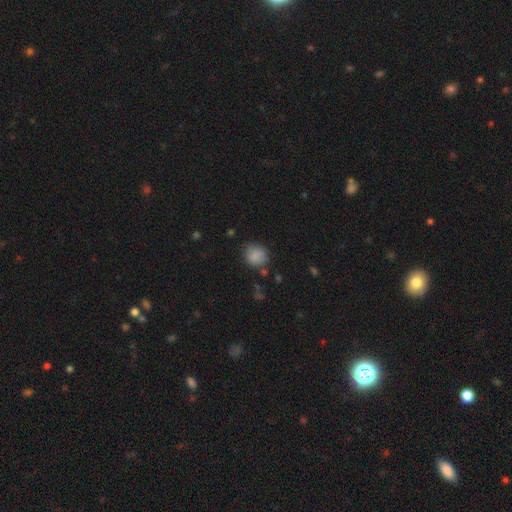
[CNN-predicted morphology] Overall: smooth (85%). How rounded: round (78%). Merging: none (76%).